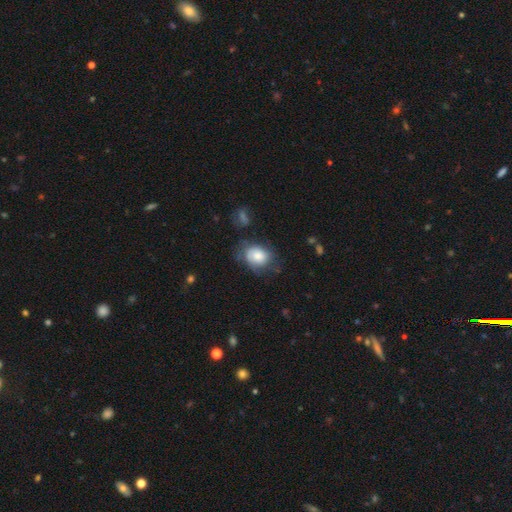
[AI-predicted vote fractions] Smooth or featured? smooth (74%)
How rounded? in between (52%)
Merging? none (53%)